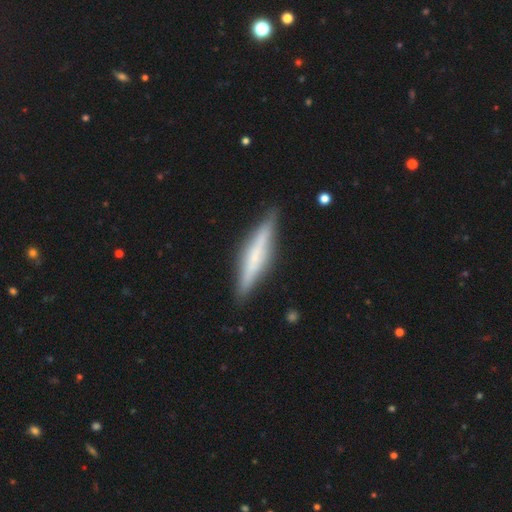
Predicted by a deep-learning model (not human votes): The model was most divided on "edge-on bulge": rounded: 43%, none: 41%, boxy: 16%. More confident: edge-on disk — yes (95%); merging — none (86%); smooth or featured — featured or disk (59%).